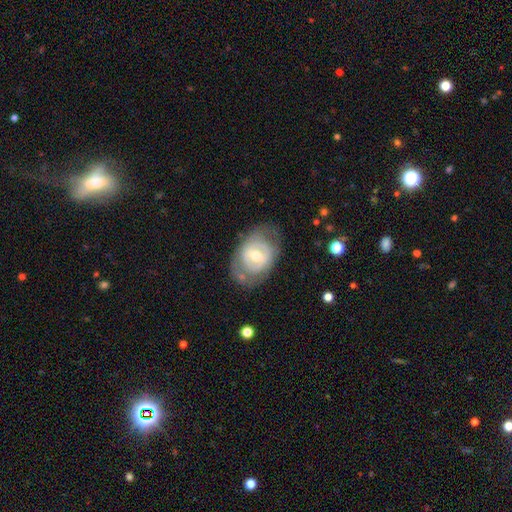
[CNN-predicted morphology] smooth_or_featured: featured or disk (p=0.61) [alt: smooth p=0.33]
disk_edge_on: no (p=0.94) [alt: yes p=0.06]
bar: no (p=0.42) [alt: weak p=0.40]
has_spiral_arms: no (p=0.65) [alt: yes p=0.35]
bulge_size: moderate (p=0.65) [alt: small p=0.27]
merging: none (p=0.66) [alt: minor disturbance p=0.21]